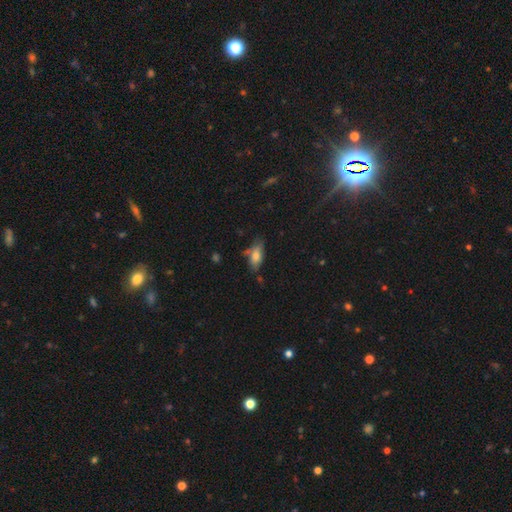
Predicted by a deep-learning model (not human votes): smooth-or-featured: smooth: 70% | featured or disk: 21% | star or artifact: 9%
  how-rounded: in between: 80% | cigar-shaped: 16% | round: 4%
  merging: none: 58% | minor disturbance: 27% | major disturbance: 8% | merger: 8%